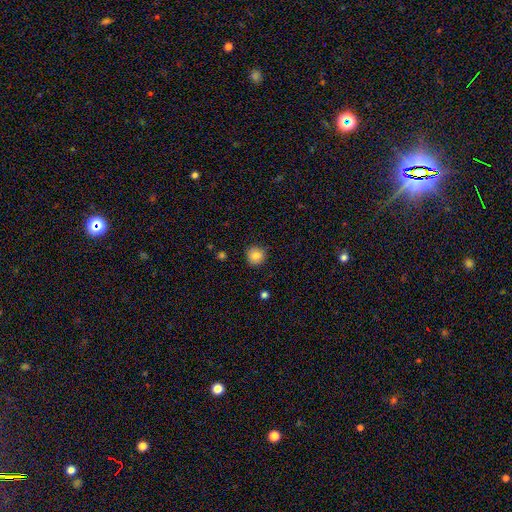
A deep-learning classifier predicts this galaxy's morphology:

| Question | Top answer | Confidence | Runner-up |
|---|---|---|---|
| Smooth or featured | smooth | 84% | star or artifact (10%) |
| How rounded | round | 91% | in between (8%) |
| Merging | none | 87% | minor disturbance (10%) |